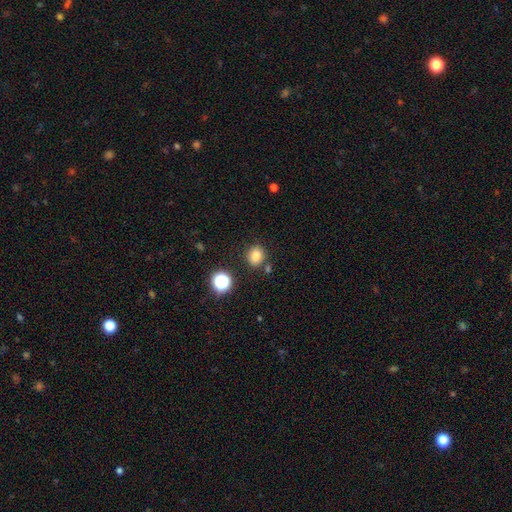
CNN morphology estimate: Smooth or featured?
  - smooth: 79% *
  - star or artifact: 14%
  - featured or disk: 6%
How rounded?
  - round: 68% *
  - in between: 31%
  - cigar-shaped: 1%
Merging?
  - none: 81% *
  - minor disturbance: 10%
  - merger: 6%
  - major disturbance: 3%